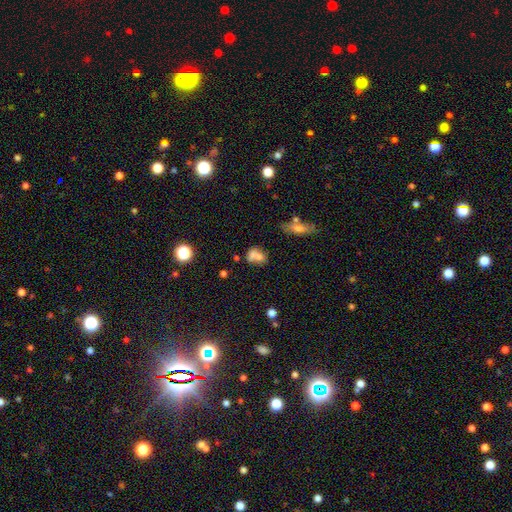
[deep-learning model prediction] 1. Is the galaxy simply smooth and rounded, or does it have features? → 68% smooth, 19% featured or disk, 13% star or artifact.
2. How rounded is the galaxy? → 56% in between, 42% round, 3% cigar-shaped.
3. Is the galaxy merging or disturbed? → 49% merger, 30% none, 13% minor disturbance, 8% major disturbance.